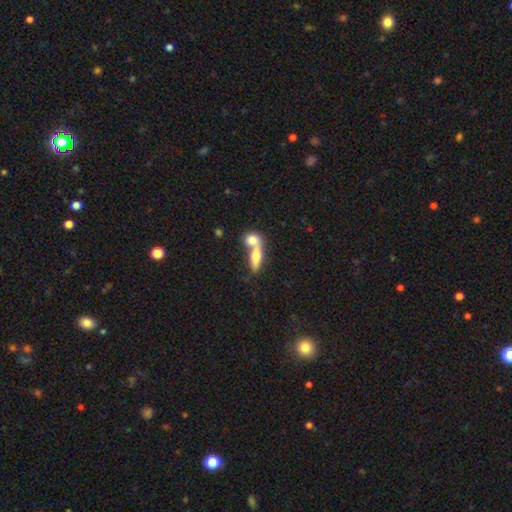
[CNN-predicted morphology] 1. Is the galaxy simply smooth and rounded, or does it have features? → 66% smooth, 27% featured or disk, 7% star or artifact.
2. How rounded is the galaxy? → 62% in between, 28% cigar-shaped, 11% round.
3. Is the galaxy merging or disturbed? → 68% merger, 22% none, 6% minor disturbance, 4% major disturbance.